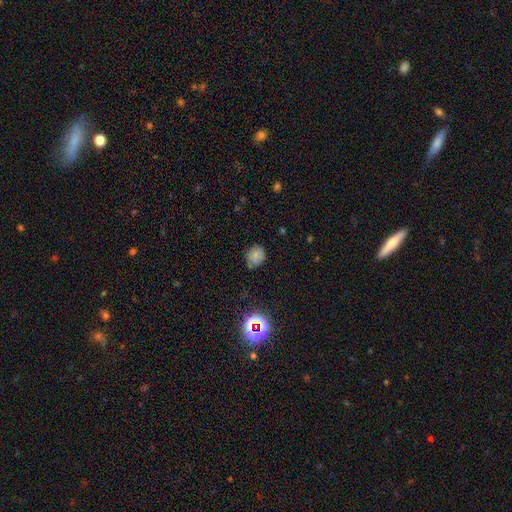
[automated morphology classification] Smooth or featured? Predicted: smooth (p=0.71). How rounded? Predicted: round (p=0.58). Merging? Predicted: none (p=0.69).